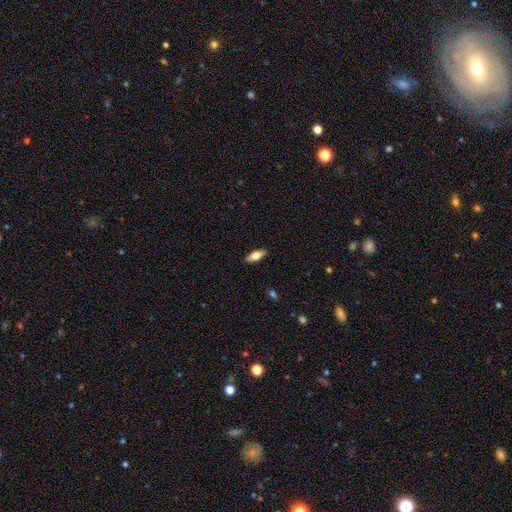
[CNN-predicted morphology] The model was most divided on "smooth or featured": smooth: 65%, featured or disk: 29%, star or artifact: 6%. More confident: merging — none (88%); how rounded — in between (78%).